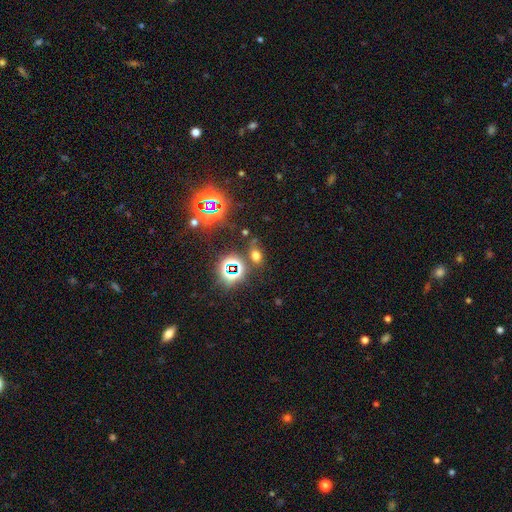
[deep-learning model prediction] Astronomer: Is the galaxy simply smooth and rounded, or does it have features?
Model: smooth — 51% (runner-up: star or artifact, 39%).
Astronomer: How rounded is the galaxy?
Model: in between — 66%.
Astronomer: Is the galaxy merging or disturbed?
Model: none — 70%.